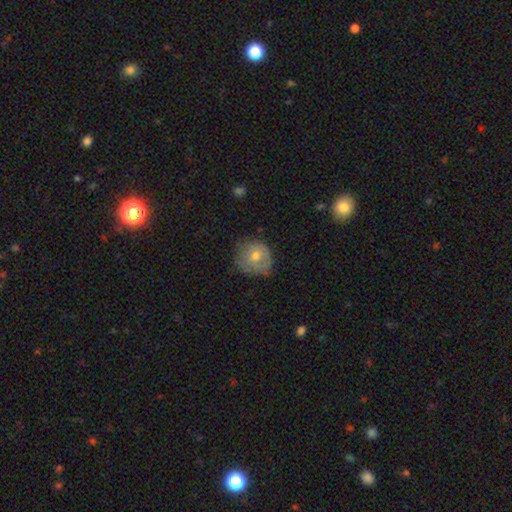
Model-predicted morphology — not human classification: This is likely a smooth galaxy (65%). How rounded: clearly round (83%). Merging: possibly none (60%).